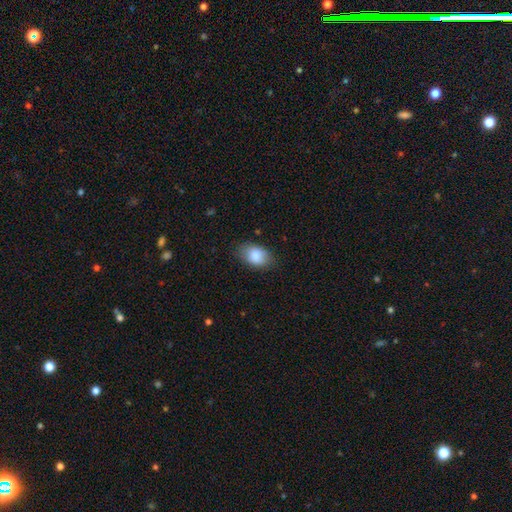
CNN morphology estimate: A smooth galaxy with no disk features (86%) that is in between round and cigar-shaped (88%). Merging: none (77%).